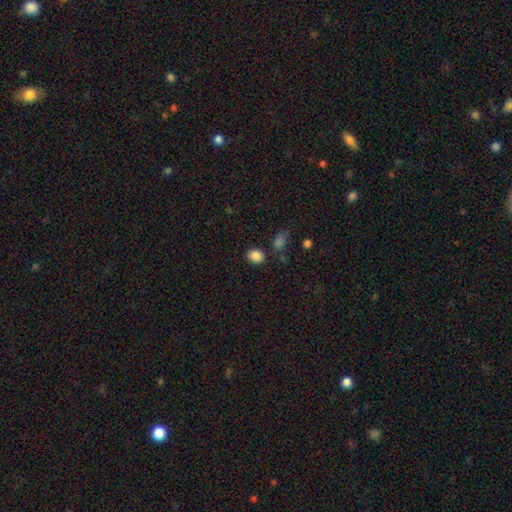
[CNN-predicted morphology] The model was most divided on "how rounded": round: 52%, in between: 47%, cigar-shaped: 1%. More confident: smooth or featured — smooth (86%); merging — none (80%).